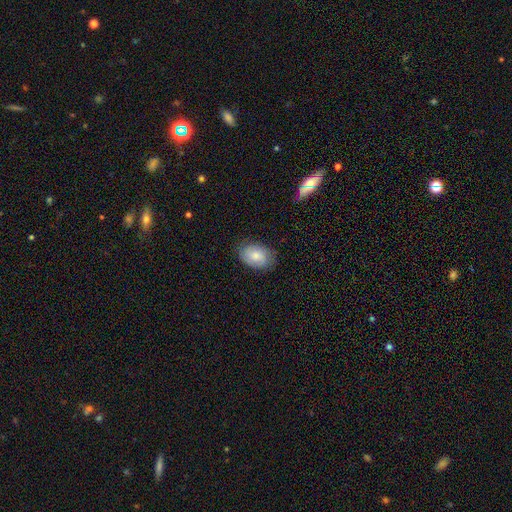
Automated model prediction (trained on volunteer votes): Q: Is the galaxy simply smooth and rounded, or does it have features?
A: smooth — 75%.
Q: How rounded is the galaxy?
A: in between — 86%.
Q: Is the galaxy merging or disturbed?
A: none — 80%.